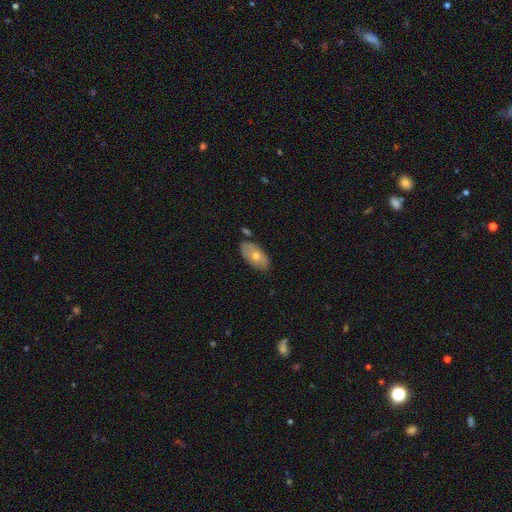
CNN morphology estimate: type=smooth (53%); roundness=in between (91%); merging=none (75%).